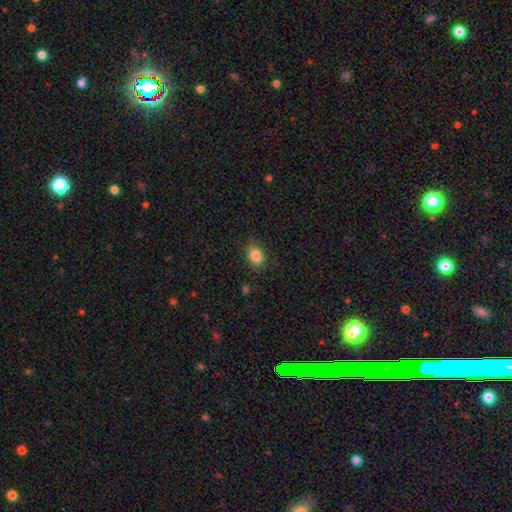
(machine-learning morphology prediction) Smooth or featured? smooth (84%)
How rounded? in between (70%)
Merging? none (85%)